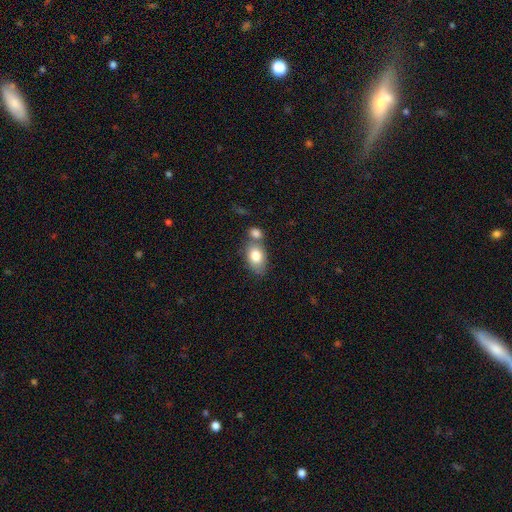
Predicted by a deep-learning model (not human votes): smooth-or-featured: smooth: 81% | featured or disk: 12% | star or artifact: 7%
  how-rounded: in between: 82% | round: 17% | cigar-shaped: 2%
  merging: none: 45% | merger: 36% | minor disturbance: 14% | major disturbance: 5%